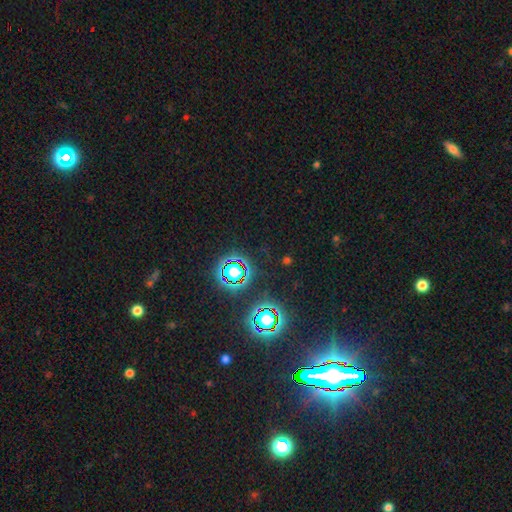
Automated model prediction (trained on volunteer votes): smooth_or_featured: star or artifact (p=0.83) [alt: smooth p=0.11]